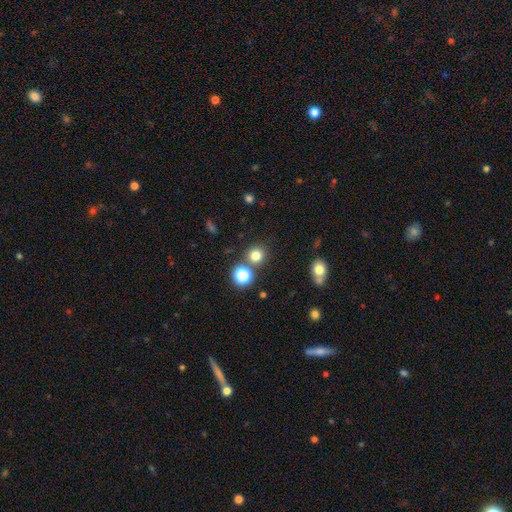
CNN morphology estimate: A smooth galaxy with no disk features (77%) that is round (92%). Merging: none (79%).